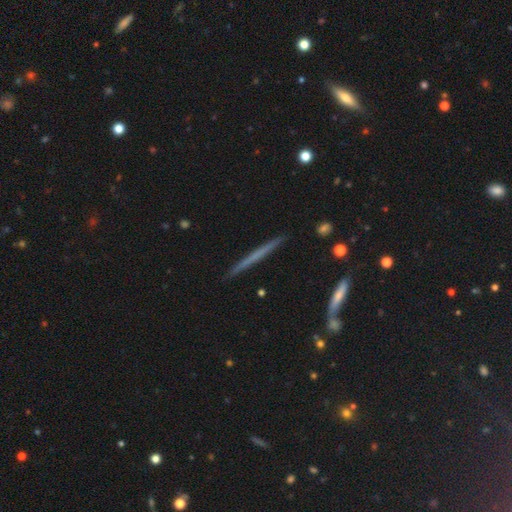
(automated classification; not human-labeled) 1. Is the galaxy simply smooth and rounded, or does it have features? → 52% featured or disk, 41% smooth, 6% star or artifact.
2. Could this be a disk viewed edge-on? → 97% yes, 3% no.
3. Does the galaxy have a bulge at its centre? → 88% none, 8% rounded, 4% boxy.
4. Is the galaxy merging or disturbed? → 90% none, 7% minor disturbance, 2% merger, 2% major disturbance.